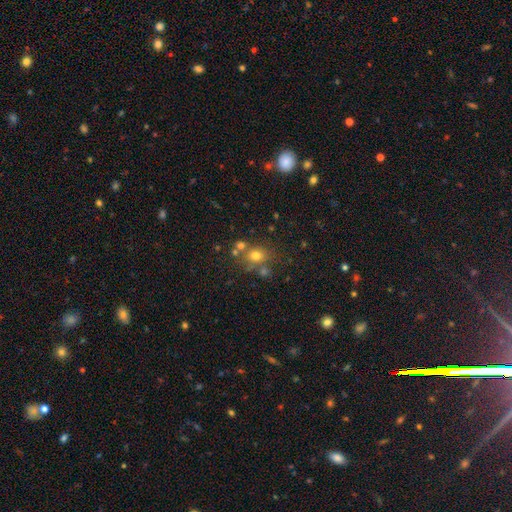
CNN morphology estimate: Smooth or featured? smooth (66%)
How rounded? round (69%)
Merging? none (62%)